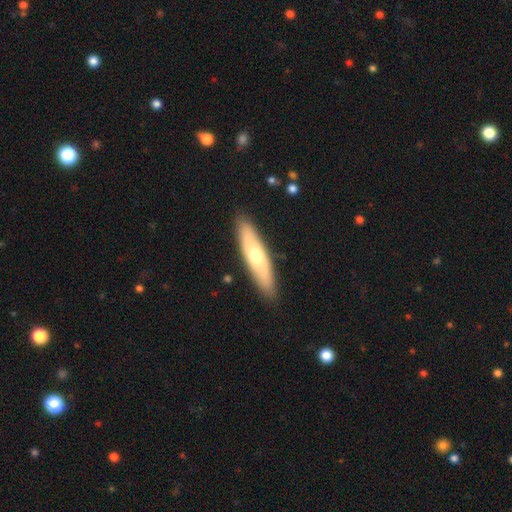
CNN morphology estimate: smooth-or-featured: smooth: 53% | featured or disk: 42% | star or artifact: 5%
  how-rounded: cigar-shaped: 74% | in between: 24% | round: 2%
  merging: none: 88% | minor disturbance: 9% | major disturbance: 2% | merger: 1%